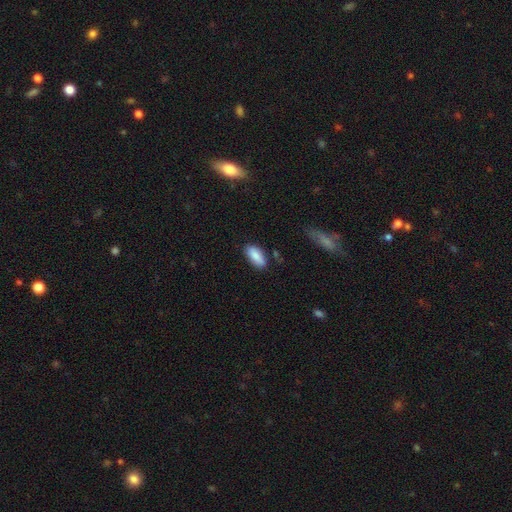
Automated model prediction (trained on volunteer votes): The model was most divided on "merging": none: 79%, minor disturbance: 15%, major disturbance: 3%, merger: 3%. More confident: how rounded — in between (88%); smooth or featured — smooth (87%).